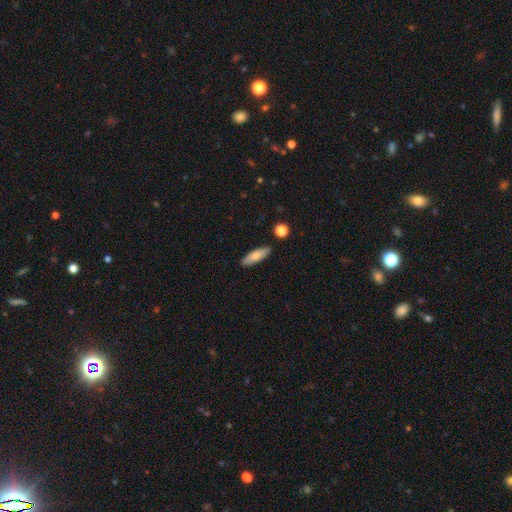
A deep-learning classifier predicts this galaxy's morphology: smooth-or-featured: smooth: 74% | featured or disk: 20% | star or artifact: 7%
  how-rounded: in between: 50% | cigar-shaped: 47% | round: 2%
  merging: none: 88% | minor disturbance: 8% | merger: 2% | major disturbance: 2%